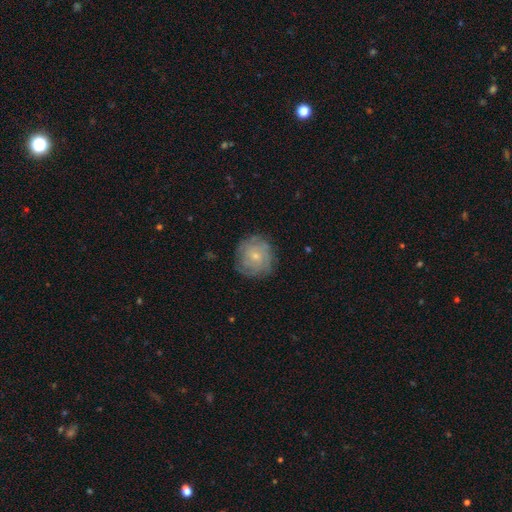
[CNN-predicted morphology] A featured or disk galaxy (60%) with no bar (78%), spiral arms (84%) and a small central bulge (71%).

Vote fractions:
- Smooth or featured? featured or disk: 60% / smooth: 32% / star or artifact: 8%
- Edge-on disk? no: 98% / yes: 2%
- Bar? no: 78% / weak: 20% / strong: 3%
- Spiral arms? yes: 84% / no: 16%
- Bulge size? small: 71% / moderate: 24% / none: 3% / large: 1% / dominant: 1%
- Merging? none: 79% / minor disturbance: 15% / major disturbance: 5% / merger: 1%